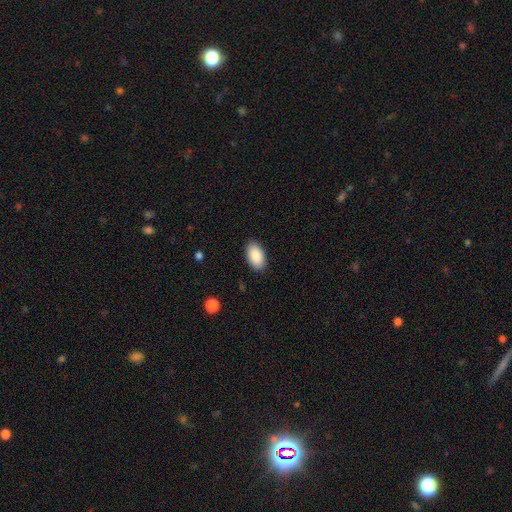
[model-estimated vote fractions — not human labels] A smooth galaxy with no disk features (90%) that is in between round and cigar-shaped (95%).

Vote fractions:
- Smooth or featured? smooth: 90% / star or artifact: 6% / featured or disk: 4%
- How rounded? in between: 95% / round: 3% / cigar-shaped: 1%
- Merging? none: 88% / minor disturbance: 9% / major disturbance: 2% / merger: 1%